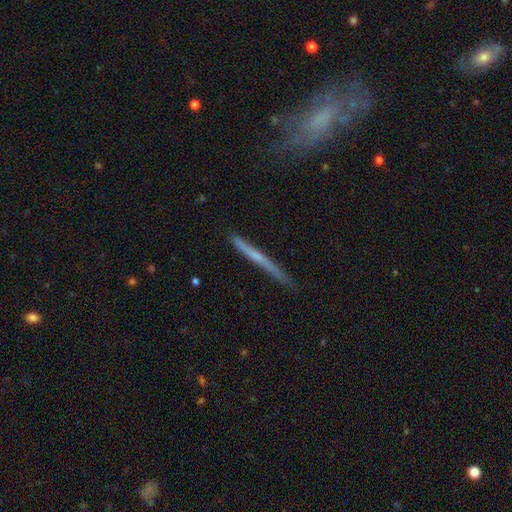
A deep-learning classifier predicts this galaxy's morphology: Smooth or featured? featured or disk (52%)
Edge-on disk? yes (95%)
Edge-on bulge? none (72%)
Merging? none (78%)